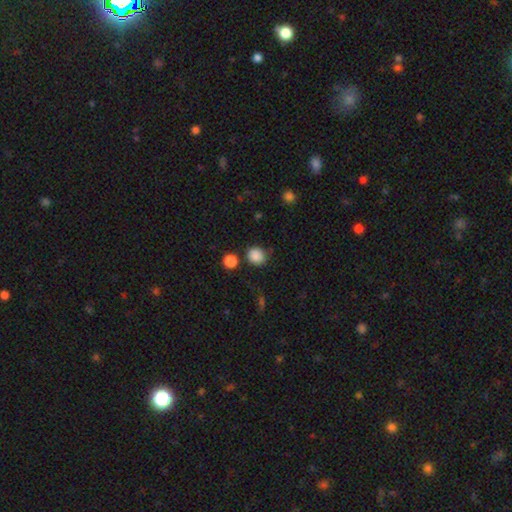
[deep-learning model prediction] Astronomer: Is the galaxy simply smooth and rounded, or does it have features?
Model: smooth — 86%.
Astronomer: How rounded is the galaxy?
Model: round — 85%.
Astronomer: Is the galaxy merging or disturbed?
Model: none — 78%.